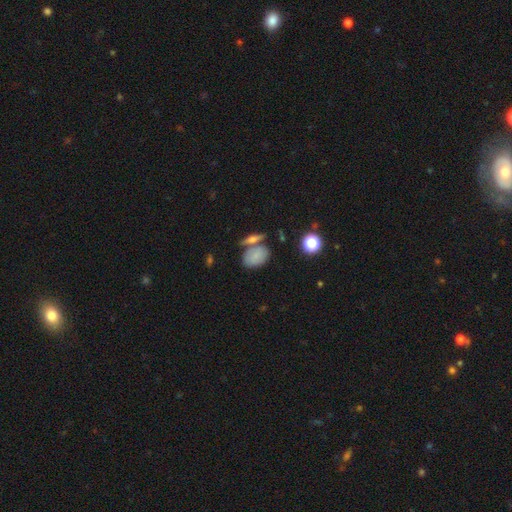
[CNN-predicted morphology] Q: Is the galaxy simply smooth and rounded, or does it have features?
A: smooth — 71%.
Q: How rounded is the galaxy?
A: in between — 78%.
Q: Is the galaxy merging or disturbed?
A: none — 51%.